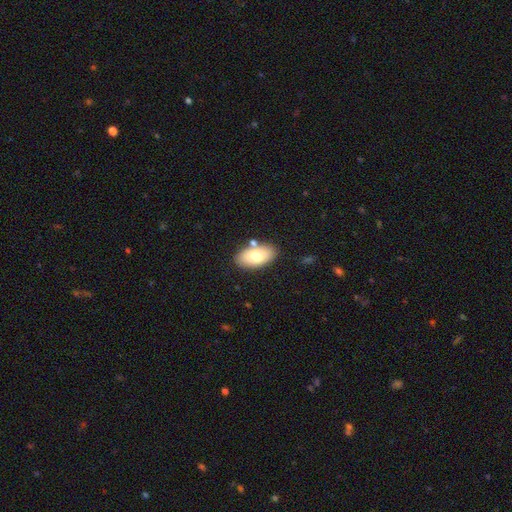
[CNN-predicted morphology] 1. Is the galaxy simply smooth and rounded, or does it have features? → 73% smooth, 20% featured or disk, 7% star or artifact.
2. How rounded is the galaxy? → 93% in between, 5% round, 2% cigar-shaped.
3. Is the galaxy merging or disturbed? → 79% none, 11% minor disturbance, 8% merger, 3% major disturbance.